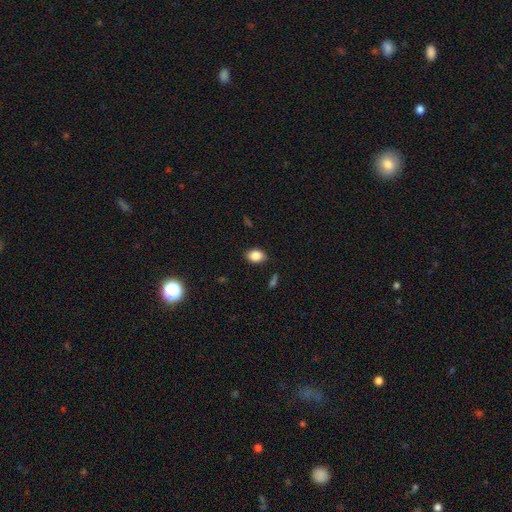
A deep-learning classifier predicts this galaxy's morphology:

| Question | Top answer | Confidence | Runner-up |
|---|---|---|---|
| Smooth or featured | smooth | 86% | star or artifact (9%) |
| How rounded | in between | 77% | round (21%) |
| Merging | none | 84% | minor disturbance (12%) |